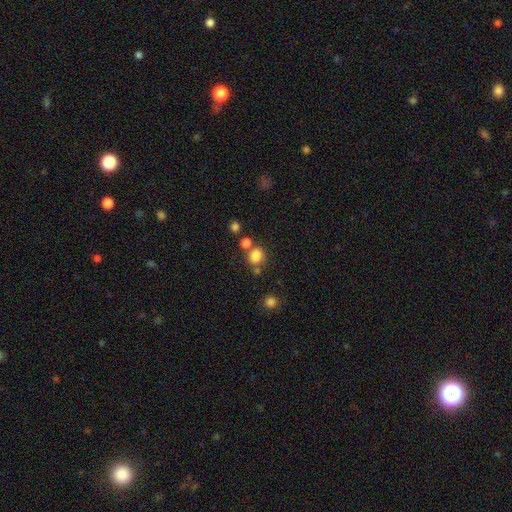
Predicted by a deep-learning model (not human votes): Overall: smooth (81%). How rounded: round (61%; in between 38%). Merging: none (60%; merger 22%).